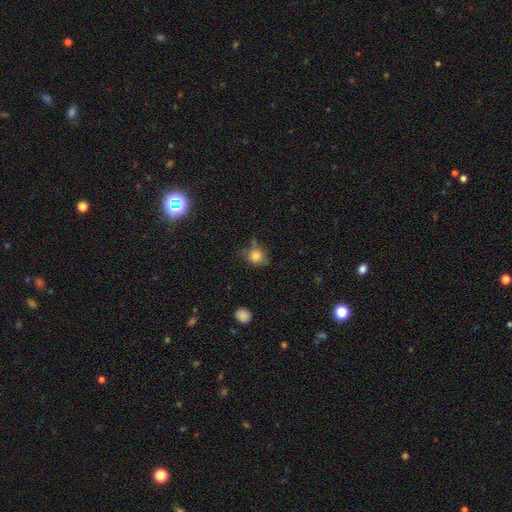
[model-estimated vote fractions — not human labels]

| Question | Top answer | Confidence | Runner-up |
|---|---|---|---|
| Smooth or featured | smooth | 77% | star or artifact (12%) |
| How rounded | round | 65% | in between (34%) |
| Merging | none | 59% | minor disturbance (28%) |